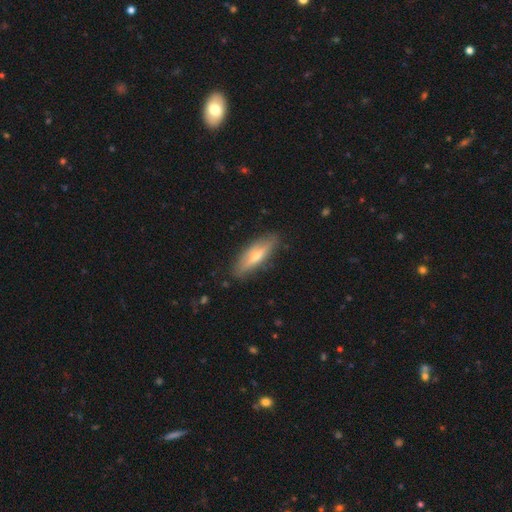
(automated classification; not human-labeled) A featured or disk galaxy (53%) viewed edge-on (83%).

Vote fractions:
- Smooth or featured? featured or disk: 53% / smooth: 41% / star or artifact: 6%
- Edge-on disk? yes: 83% / no: 17%
- Merging? none: 85% / minor disturbance: 11% / major disturbance: 2% / merger: 1%